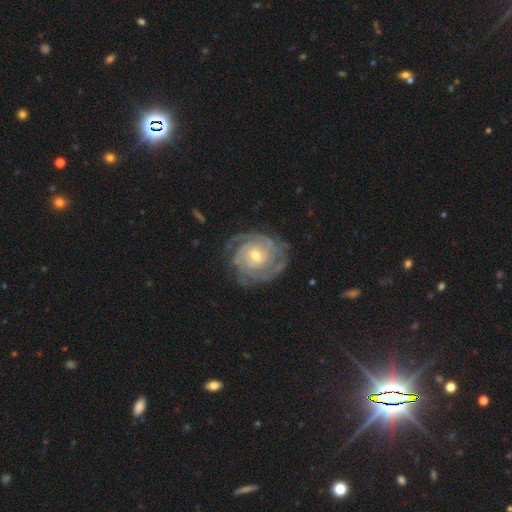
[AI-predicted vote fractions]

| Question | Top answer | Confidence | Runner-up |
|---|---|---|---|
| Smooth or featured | featured or disk | 90% | smooth (5%) |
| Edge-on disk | no | 98% | yes (2%) |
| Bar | no | 54% | weak (36%) |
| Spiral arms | yes | 97% | no (3%) |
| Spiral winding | tight | 78% | medium (19%) |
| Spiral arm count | can't tell | 25% | tied: 3 (25%) |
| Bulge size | moderate | 51% | small (45%) |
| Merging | none | 76% | minor disturbance (16%) |